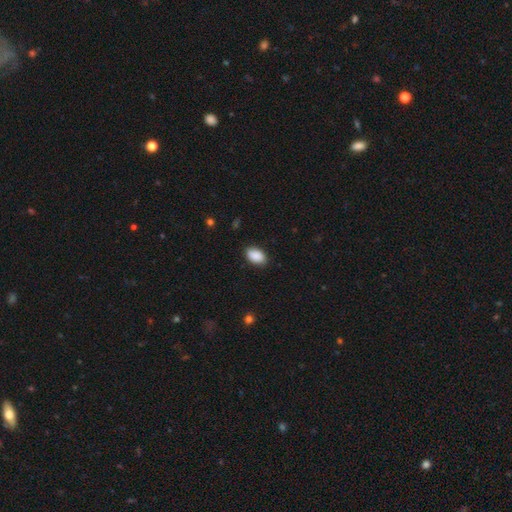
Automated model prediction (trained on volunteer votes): smooth-or-featured: smooth: 90% | star or artifact: 7% | featured or disk: 3%
  how-rounded: in between: 92% | round: 7% | cigar-shaped: 1%
  merging: none: 86% | minor disturbance: 11% | major disturbance: 2% | merger: 1%